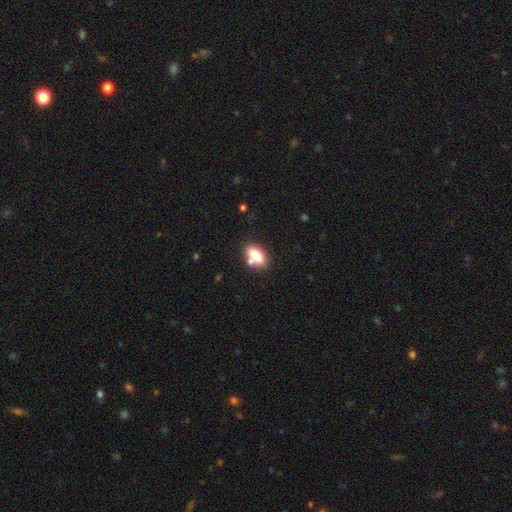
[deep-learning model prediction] Morphology: type=smooth (76%); roundness=in between (86%); merging=none (66%).